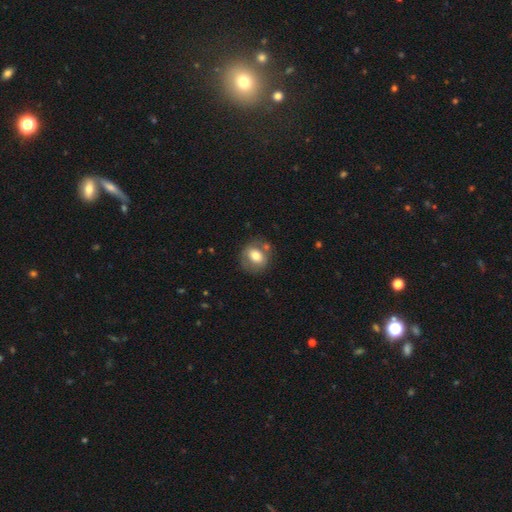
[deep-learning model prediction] smooth 64%, featured or disk 28%, star or artifact 8%. Down the decision tree: how rounded — round (62%); merging — none (67%).